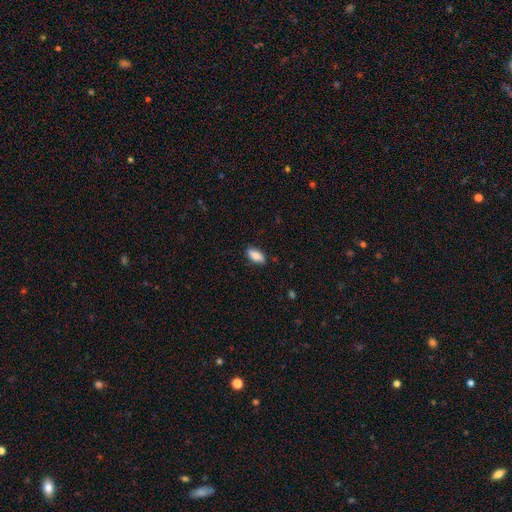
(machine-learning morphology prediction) A smooth galaxy with no disk features (85%) that is in between round and cigar-shaped (85%). Merging: none (86%).